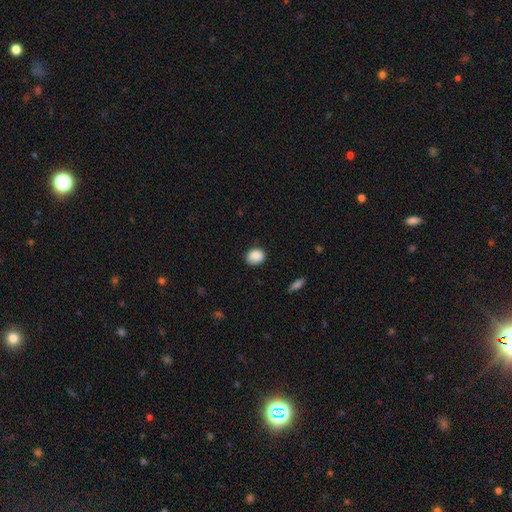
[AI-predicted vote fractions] Smooth or featured? Predicted: smooth (p=0.89). How rounded? Predicted: round (p=0.61). Merging? Predicted: none (p=0.82).